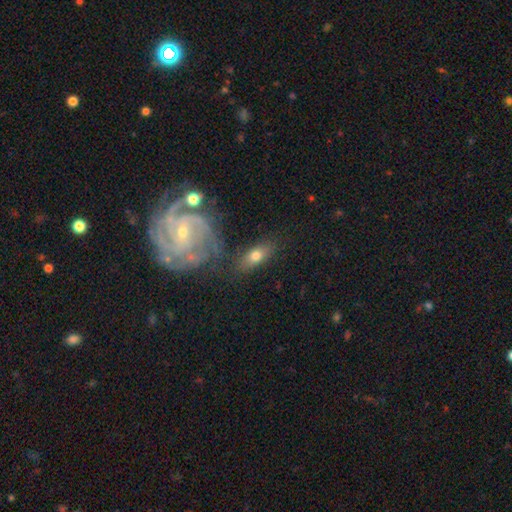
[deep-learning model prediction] smooth-or-featured: smooth: 62% | featured or disk: 30% | star or artifact: 8%
  how-rounded: in between: 78% | cigar-shaped: 15% | round: 7%
  merging: none: 68% | minor disturbance: 16% | merger: 9% | major disturbance: 7%